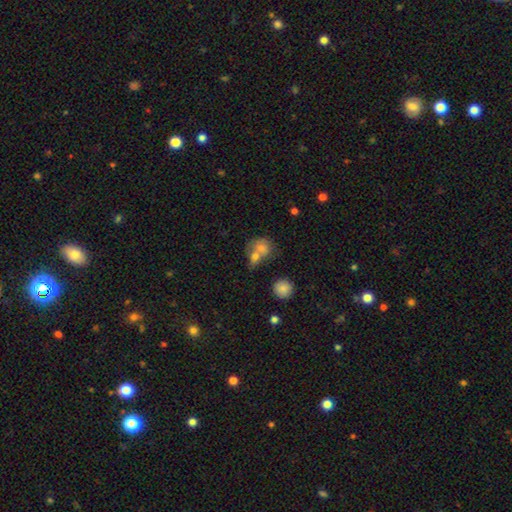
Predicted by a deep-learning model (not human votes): smooth 68%, featured or disk 20%, star or artifact 12%. Down the decision tree: how rounded — round (58%); merging — merger (59%).